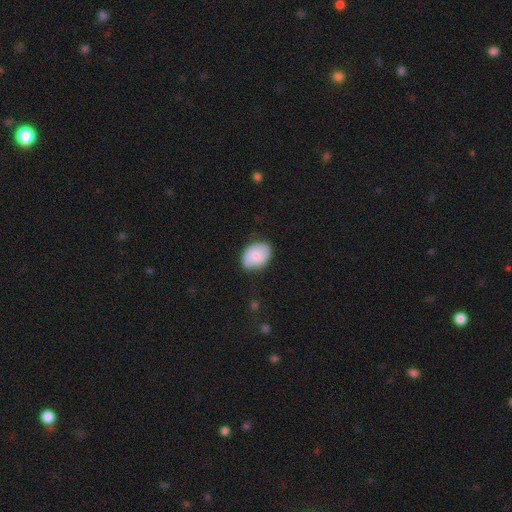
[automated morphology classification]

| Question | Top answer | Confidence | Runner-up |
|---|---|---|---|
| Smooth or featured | smooth | 64% | featured or disk (29%) |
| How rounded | in between | 74% | round (24%) |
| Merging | none | 73% | minor disturbance (21%) |